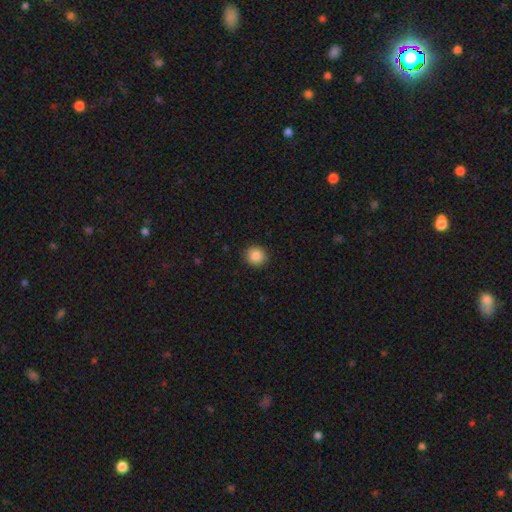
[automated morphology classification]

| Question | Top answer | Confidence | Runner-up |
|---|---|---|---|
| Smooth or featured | smooth | 87% | star or artifact (9%) |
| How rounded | round | 88% | in between (11%) |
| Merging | none | 91% | minor disturbance (6%) |